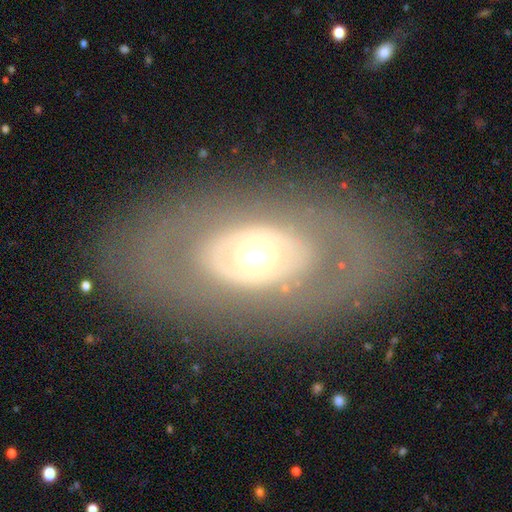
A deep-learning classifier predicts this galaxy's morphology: Smooth or featured? Predicted: featured or disk (p=0.65). Edge-on disk? Predicted: no (p=0.89). Bar? Predicted: no (p=0.87). Spiral arms? Predicted: no (p=0.86). Bulge size? Predicted: moderate (p=0.61). Merging? Predicted: none (p=0.81).